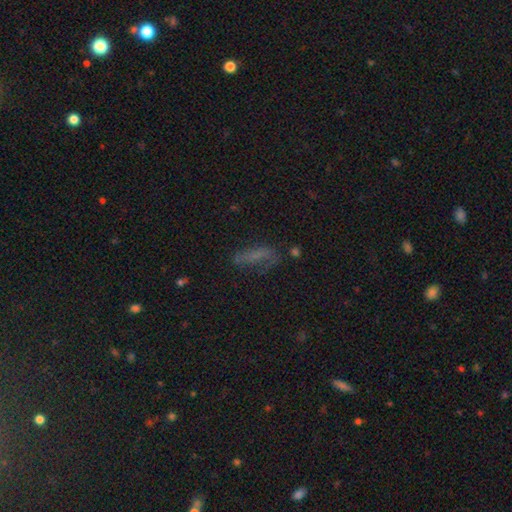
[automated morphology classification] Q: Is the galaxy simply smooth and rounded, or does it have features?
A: smooth — 50%.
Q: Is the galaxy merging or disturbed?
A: none — 52%.